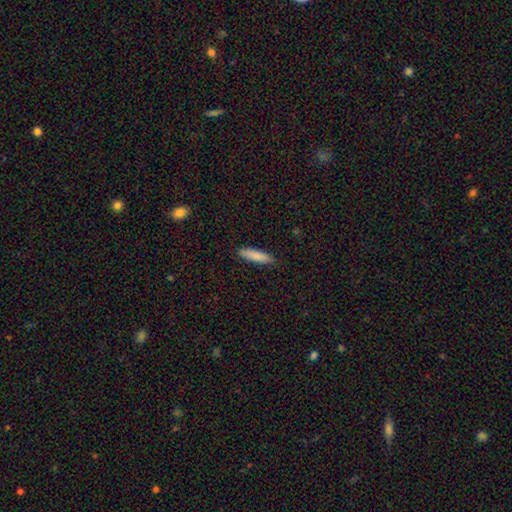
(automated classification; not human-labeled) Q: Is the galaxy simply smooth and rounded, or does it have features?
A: smooth — 86%.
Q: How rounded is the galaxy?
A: cigar-shaped — 74%.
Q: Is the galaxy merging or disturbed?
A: none — 89%.